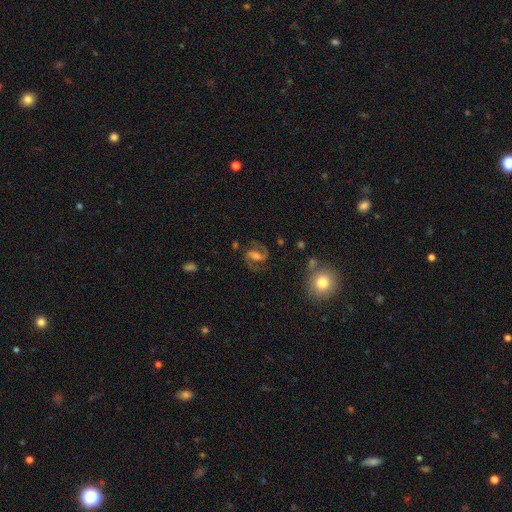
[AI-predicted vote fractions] This appears to be a featured or disk galaxy (85%) with a weak bar (43%), 2 (93%) medium (61%) spiral arms (97%) and a moderate central bulge (47%). Merging: none (77%).